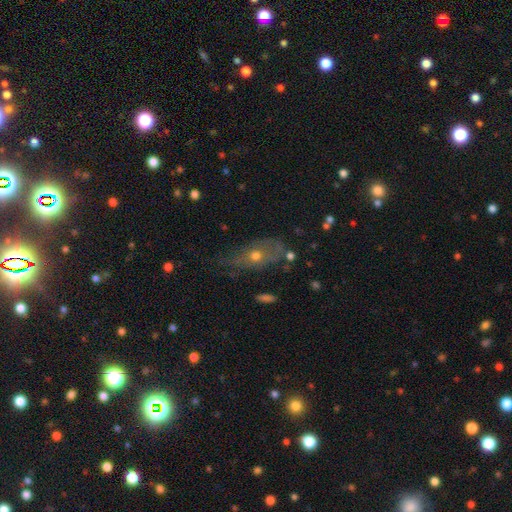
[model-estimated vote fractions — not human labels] A featured or disk galaxy (44%).

Vote fractions:
- Smooth or featured? featured or disk: 44% / smooth: 37% / star or artifact: 19%
- Merging? none: 56% / minor disturbance: 25% / major disturbance: 15% / merger: 4%